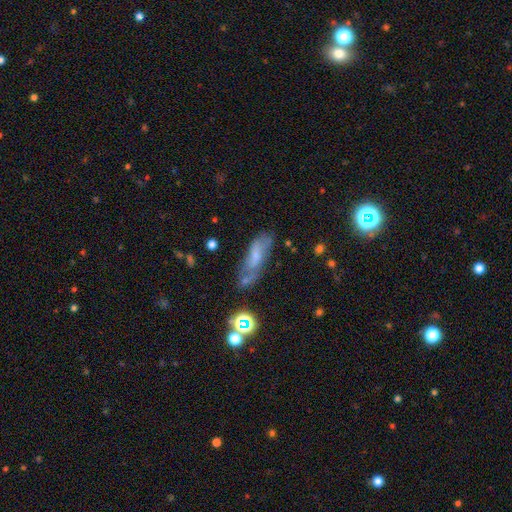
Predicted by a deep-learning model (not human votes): Smooth or featured? Predicted: smooth (p=0.51). How rounded? Predicted: in between (p=0.60). Merging? Predicted: none (p=0.47).